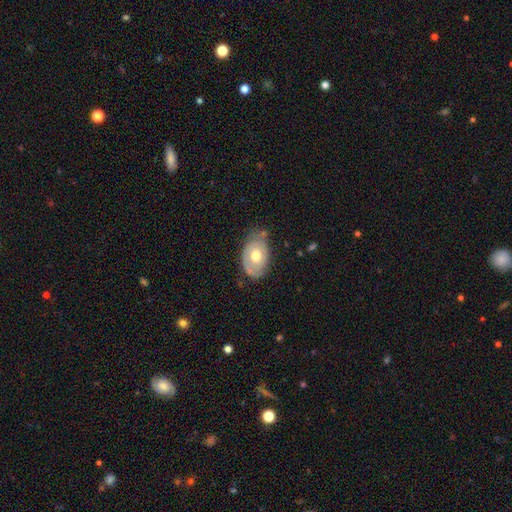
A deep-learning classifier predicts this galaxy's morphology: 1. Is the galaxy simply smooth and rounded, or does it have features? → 55% featured or disk, 39% smooth, 6% star or artifact.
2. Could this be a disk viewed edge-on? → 93% no, 7% yes.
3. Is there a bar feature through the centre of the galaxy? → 83% no, 14% weak, 3% strong.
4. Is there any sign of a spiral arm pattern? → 56% yes, 44% no.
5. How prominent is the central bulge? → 75% moderate, 14% large, 9% small, 1% dominant, 1% none.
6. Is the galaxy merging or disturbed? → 61% none, 28% minor disturbance, 8% major disturbance, 3% merger.